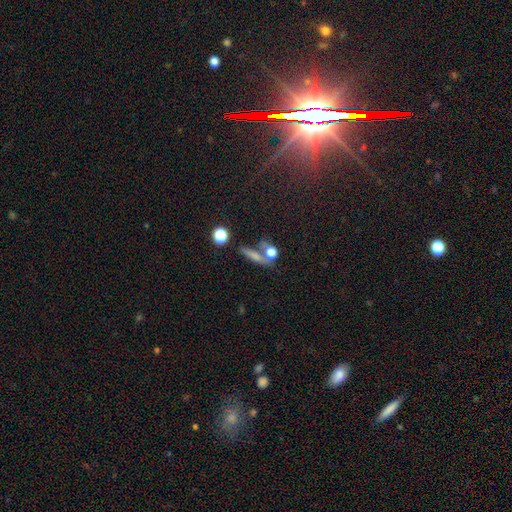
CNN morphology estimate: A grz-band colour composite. It shows a smooth galaxy with no disk features (62%) that is cigar-shaped (53%). Merging: none (50%).